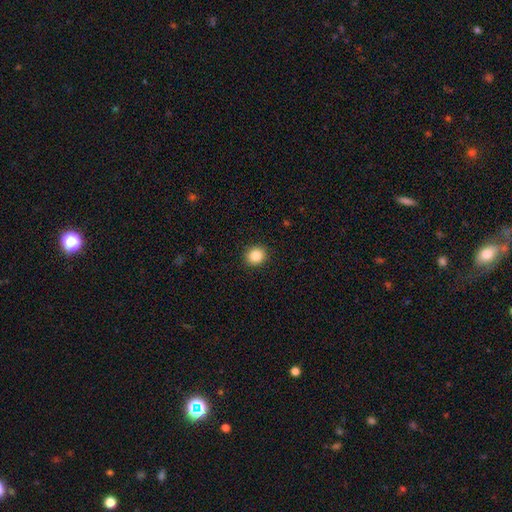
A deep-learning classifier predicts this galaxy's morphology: smooth_or_featured: smooth (p=0.86) [alt: star or artifact p=0.10]
how_rounded: round (p=0.84) [alt: in between p=0.15]
merging: none (p=0.92) [alt: minor disturbance p=0.06]